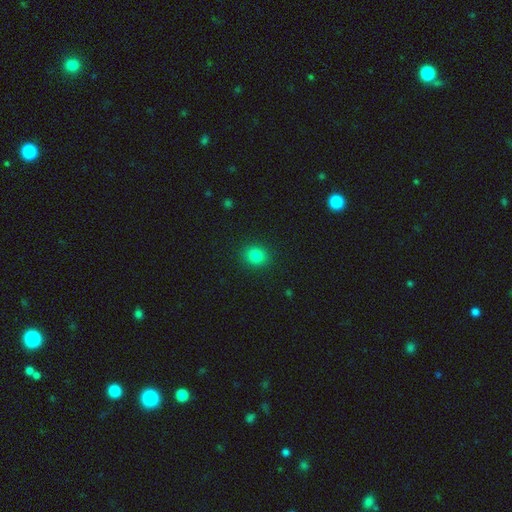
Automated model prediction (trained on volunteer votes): smooth-or-featured: smooth: 82% | star or artifact: 13% | featured or disk: 5%
  how-rounded: round: 77% | in between: 22% | cigar-shaped: 1%
  merging: none: 91% | minor disturbance: 6% | major disturbance: 2% | merger: 1%